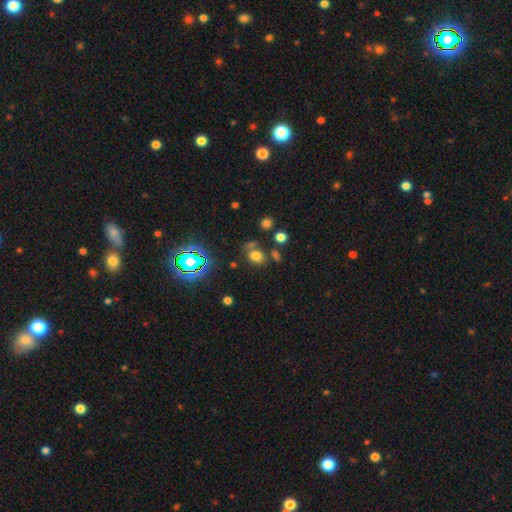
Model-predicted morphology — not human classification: smooth-or-featured: smooth: 68% | star or artifact: 24% | featured or disk: 9%
  how-rounded: round: 58% | in between: 40% | cigar-shaped: 1%
  merging: none: 65% | minor disturbance: 14% | merger: 14% | major disturbance: 6%